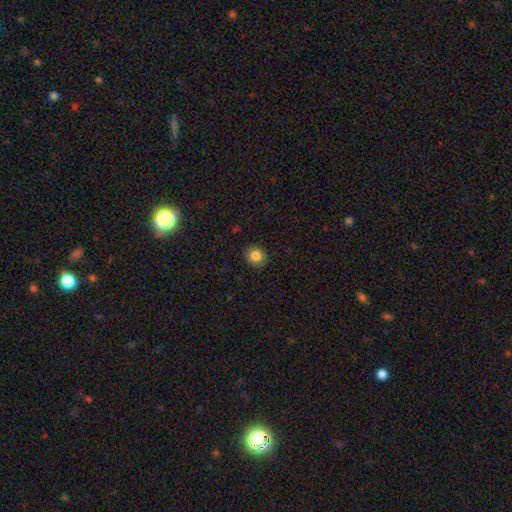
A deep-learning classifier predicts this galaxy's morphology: smooth-or-featured: smooth: 83% | star or artifact: 10% | featured or disk: 7%
  how-rounded: round: 77% | in between: 22% | cigar-shaped: 1%
  merging: none: 88% | minor disturbance: 9% | major disturbance: 2% | merger: 1%